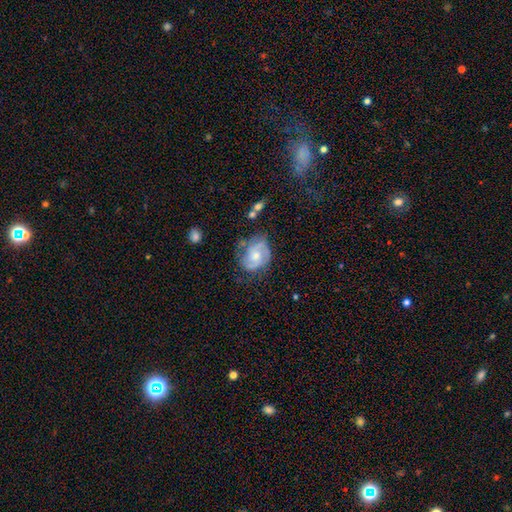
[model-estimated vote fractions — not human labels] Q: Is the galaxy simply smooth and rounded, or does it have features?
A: featured or disk — 75%.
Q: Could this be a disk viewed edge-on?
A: no — 98%.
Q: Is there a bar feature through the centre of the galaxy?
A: no — 66%.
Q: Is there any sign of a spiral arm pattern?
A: yes — 93%.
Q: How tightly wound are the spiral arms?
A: medium — 47%.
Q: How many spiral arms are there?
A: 2 — 54%.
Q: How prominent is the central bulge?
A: moderate — 47%.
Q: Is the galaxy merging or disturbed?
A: none — 60%.